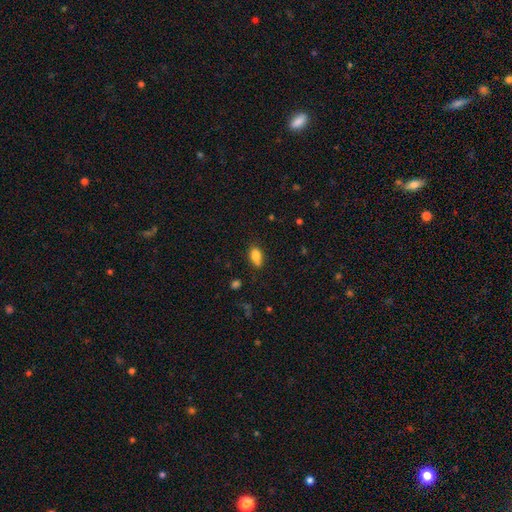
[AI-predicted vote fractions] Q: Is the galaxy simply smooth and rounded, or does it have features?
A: smooth — 83%.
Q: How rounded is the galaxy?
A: in between — 84%.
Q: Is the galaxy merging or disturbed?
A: none — 62%.